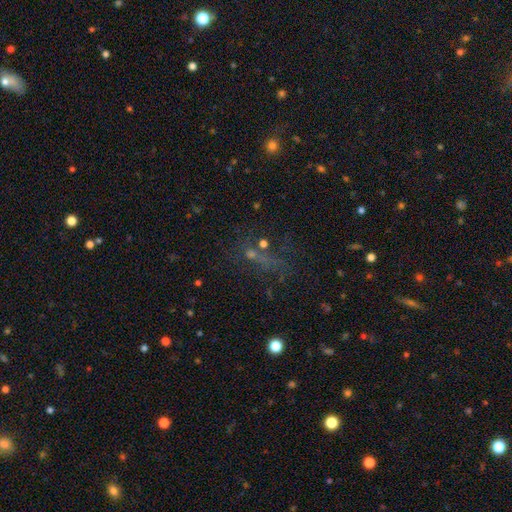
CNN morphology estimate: star or artifact 46%, smooth 33%, featured or disk 21%.